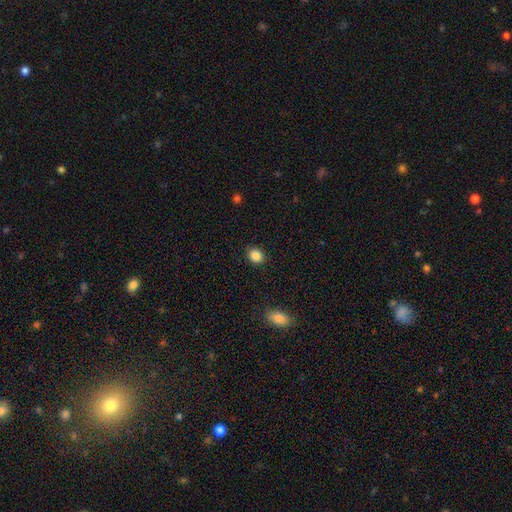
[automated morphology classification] Smooth or featured: smooth — 86% (star or artifact — 10%)
How rounded: round — 53% (in between — 46%)
Merging: none — 89% (minor disturbance — 7%)